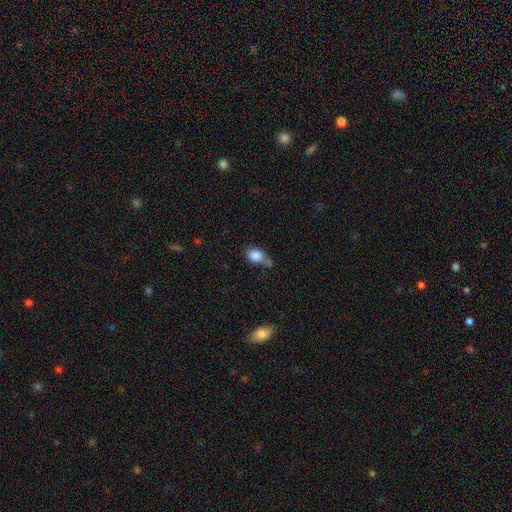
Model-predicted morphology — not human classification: Smooth or featured? Predicted: smooth (p=0.84). How rounded? Predicted: in between (p=0.72). Merging? Predicted: none (p=0.44).